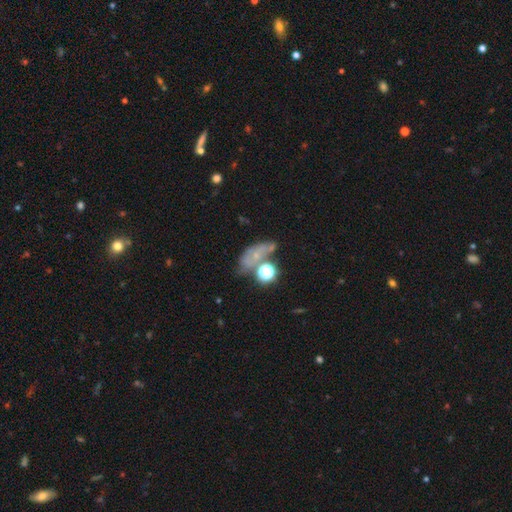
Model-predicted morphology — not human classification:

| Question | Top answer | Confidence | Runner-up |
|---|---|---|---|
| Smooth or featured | smooth | 38% | featured or disk (33%) |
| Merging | none | 40% | merger (20%) |